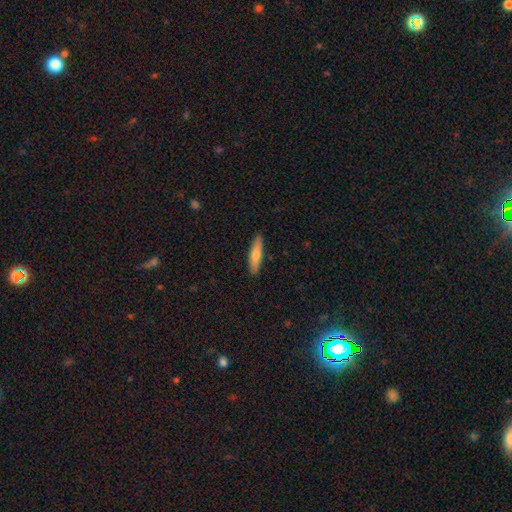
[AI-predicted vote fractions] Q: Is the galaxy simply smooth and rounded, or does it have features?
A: smooth — 69%.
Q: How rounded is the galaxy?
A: cigar-shaped — 76%.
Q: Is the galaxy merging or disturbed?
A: none — 89%.